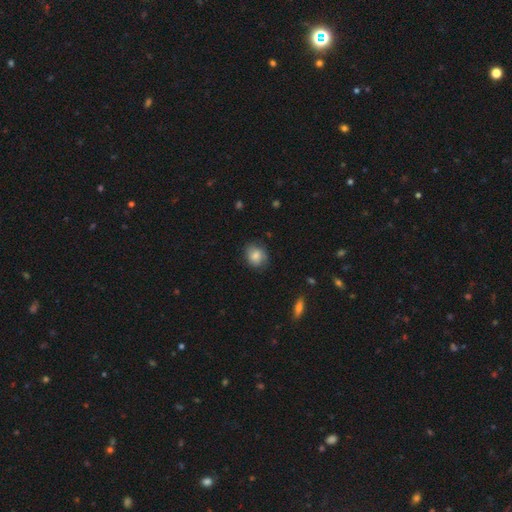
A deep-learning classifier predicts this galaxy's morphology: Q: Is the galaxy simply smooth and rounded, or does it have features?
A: smooth — 77%.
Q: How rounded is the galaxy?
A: round — 65%.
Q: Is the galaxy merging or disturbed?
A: none — 75%.